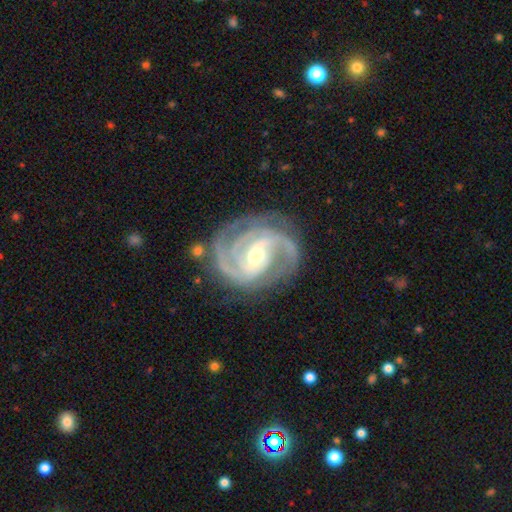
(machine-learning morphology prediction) Smooth or featured?
  - featured or disk: 93% *
  - star or artifact: 4%
  - smooth: 3%
Edge-on disk?
  - no: 98% *
  - yes: 2%
Bar?
  - weak: 45% *
  - strong: 39%
  - no: 16%
Spiral arms?
  - yes: 98% *
  - no: 2%
Spiral winding?
  - tight: 54% *
  - medium: 40%
  - loose: 6%
Spiral arm count?
  - 2: 41% *
  - 3: 37%
  - can't tell: 7%
  - 4: 7%
  - 1: 4%
  - more than 4: 4%
Bulge size?
  - moderate: 62% *
  - small: 33%
  - large: 4%
  - none: 1%
  - dominant: 1%
Merging?
  - none: 78% *
  - minor disturbance: 15%
  - major disturbance: 5%
  - merger: 2%